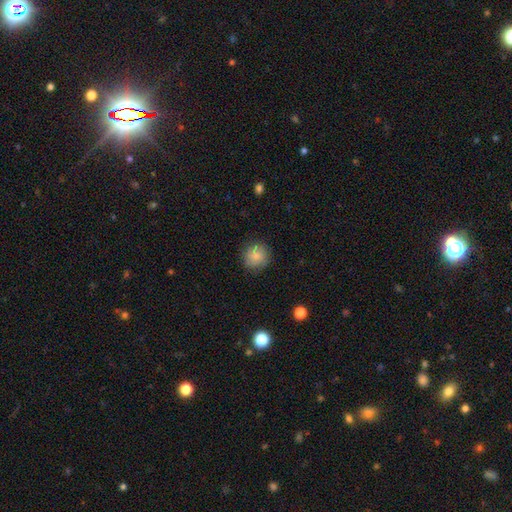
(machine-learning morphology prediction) Smooth or featured: smooth — 78% (featured or disk — 14%)
How rounded: round — 89% (in between — 10%)
Merging: none — 80% (minor disturbance — 15%)